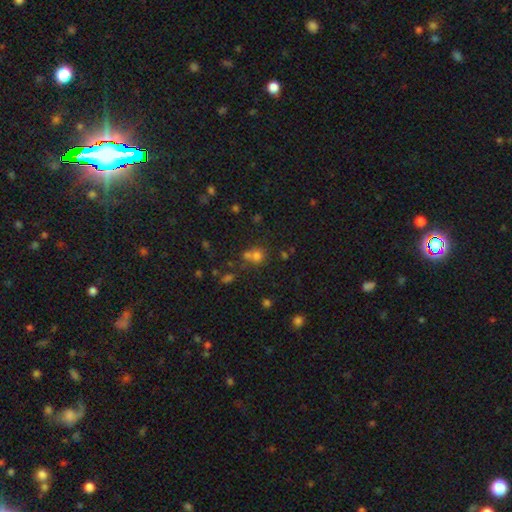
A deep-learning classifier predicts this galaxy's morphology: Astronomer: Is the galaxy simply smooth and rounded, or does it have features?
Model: smooth — 66%.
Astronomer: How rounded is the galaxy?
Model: round — 83%.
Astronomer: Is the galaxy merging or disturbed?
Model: none — 48% (runner-up: merger, 40%).